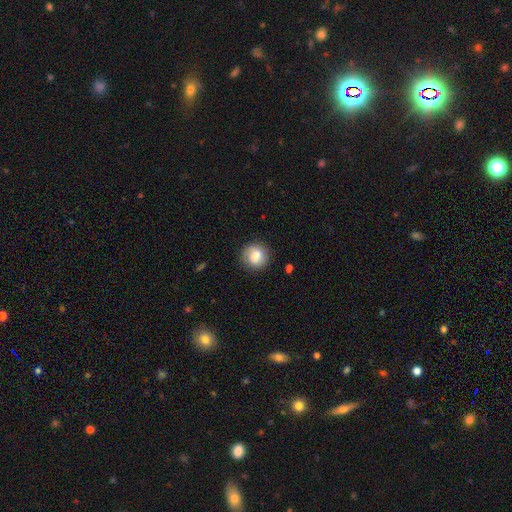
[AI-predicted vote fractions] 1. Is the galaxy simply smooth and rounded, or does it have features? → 82% smooth, 10% featured or disk, 8% star or artifact.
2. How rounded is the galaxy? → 88% round, 11% in between, 1% cigar-shaped.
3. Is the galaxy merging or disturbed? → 85% none, 11% minor disturbance, 3% major disturbance, 1% merger.